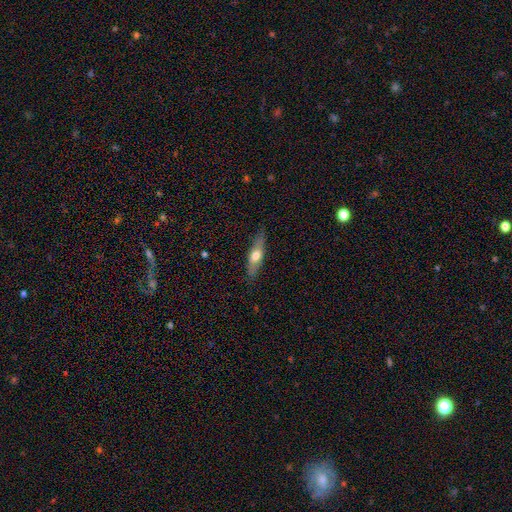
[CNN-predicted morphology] This is possibly a smooth galaxy (55%). How rounded: likely cigar-shaped (64%). Merging: clearly none (84%).